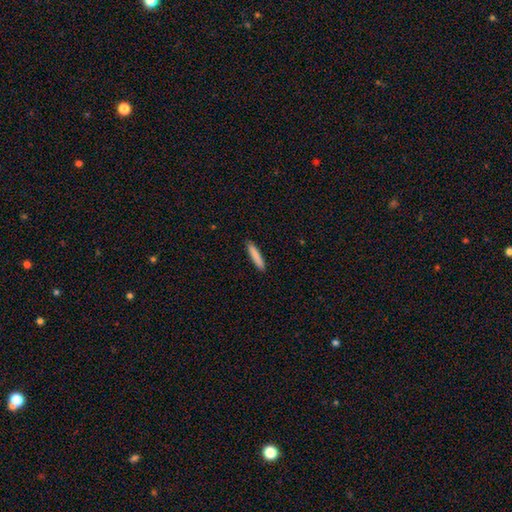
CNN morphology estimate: Smooth or featured: smooth — 85% (featured or disk — 9%)
How rounded: cigar-shaped — 91% (in between — 8%)
Merging: none — 90% (minor disturbance — 7%)